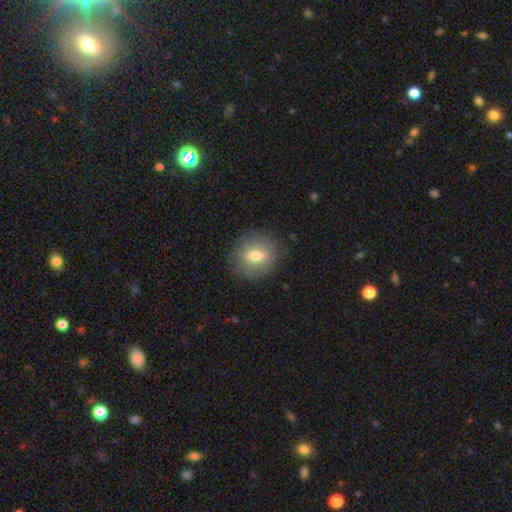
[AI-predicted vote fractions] smooth 66%, featured or disk 25%, star or artifact 9%. Down the decision tree: how rounded — round (71%); merging — none (83%).